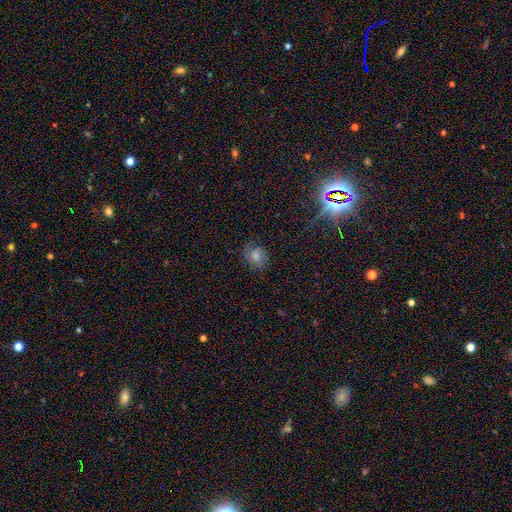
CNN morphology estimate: smooth 72%, featured or disk 14%, star or artifact 14%. Down the decision tree: how rounded — round (59%); merging — none (74%).